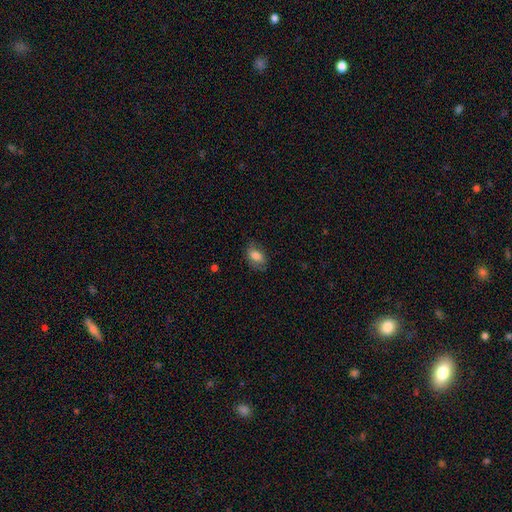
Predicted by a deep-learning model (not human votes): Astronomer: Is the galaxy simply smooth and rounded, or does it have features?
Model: smooth — 80%.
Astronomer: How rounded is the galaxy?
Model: in between — 87%.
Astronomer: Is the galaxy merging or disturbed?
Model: none — 71%.